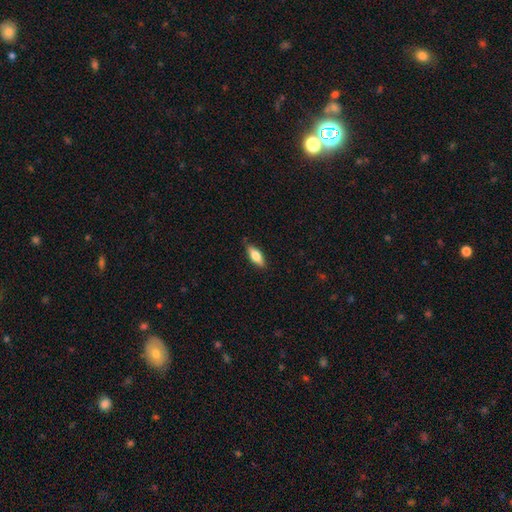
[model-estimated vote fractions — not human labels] smooth 72%, featured or disk 22%, star or artifact 6%. Down the decision tree: how rounded — in between (70%); merging — none (81%).